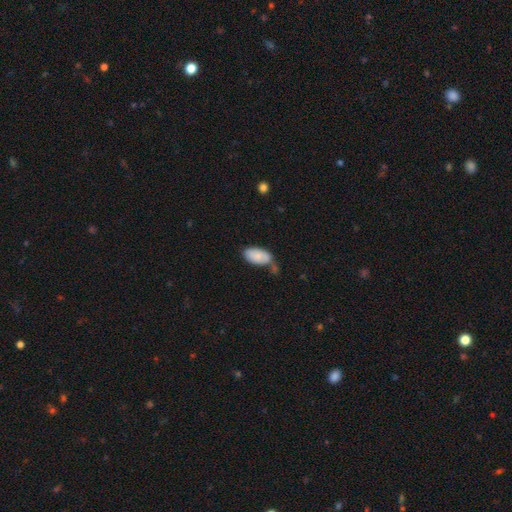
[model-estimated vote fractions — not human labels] smooth 81%, featured or disk 13%, star or artifact 6%. Down the decision tree: how rounded — in between (95%); merging — none (49%).